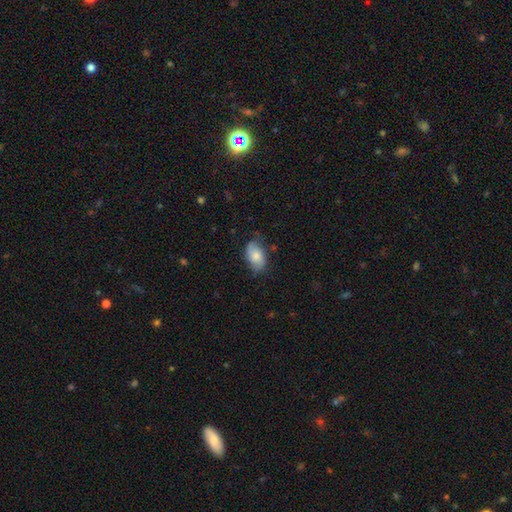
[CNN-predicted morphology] Smooth or featured? smooth (74%)
How rounded? in between (91%)
Merging? none (65%)